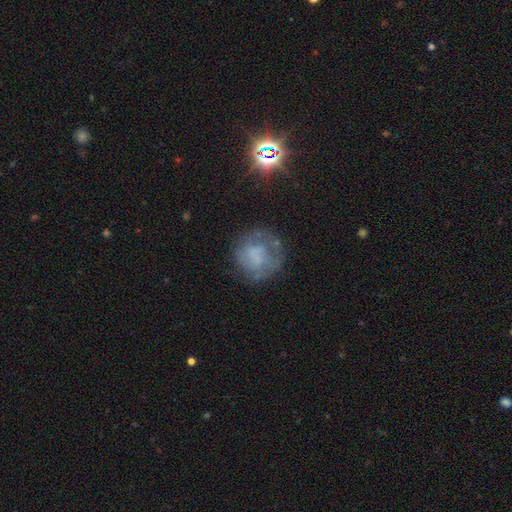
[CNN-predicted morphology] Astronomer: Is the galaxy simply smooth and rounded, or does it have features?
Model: featured or disk — 48% (runner-up: smooth, 38%).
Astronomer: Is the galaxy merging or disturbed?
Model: none — 60%.